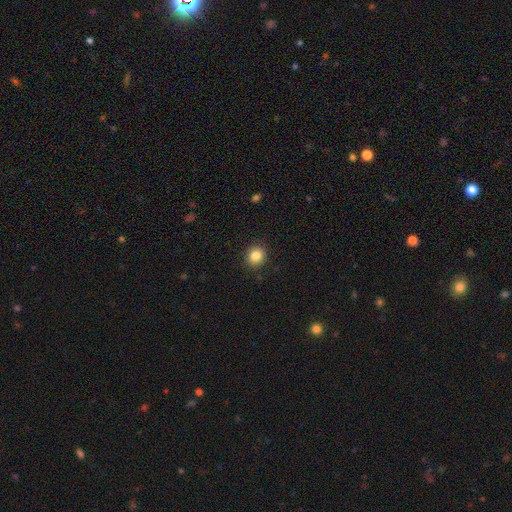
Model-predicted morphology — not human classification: smooth_or_featured: smooth (p=0.85) [alt: star or artifact p=0.10]
how_rounded: round (p=0.80) [alt: in between p=0.19]
merging: none (p=0.90) [alt: minor disturbance p=0.07]